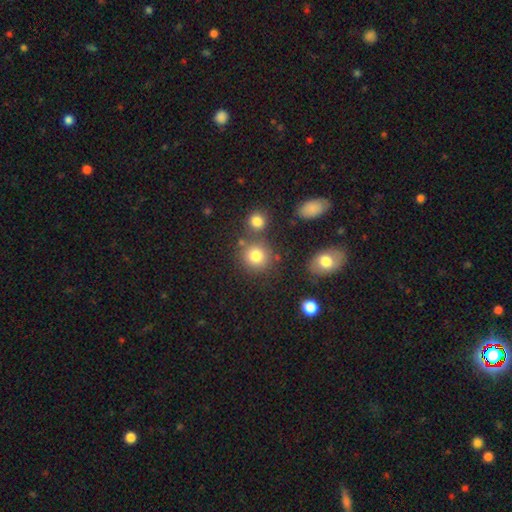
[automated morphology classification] Overall: smooth (80%). How rounded: round (87%). Merging: none (73%).